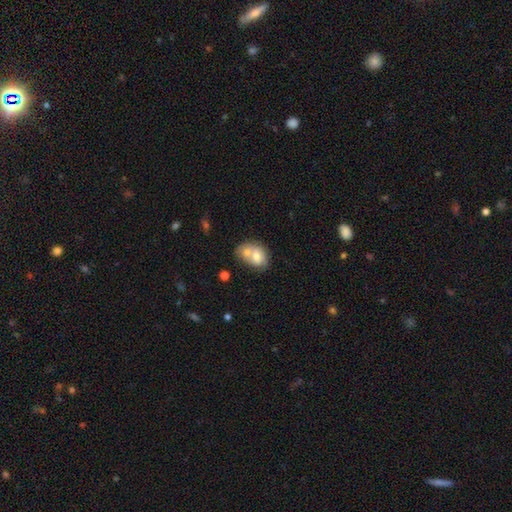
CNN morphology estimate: smooth_or_featured: smooth (p=0.67) [alt: featured or disk p=0.26]
how_rounded: in between (p=0.70) [alt: round p=0.29]
merging: merger (p=0.64) [alt: none p=0.20]